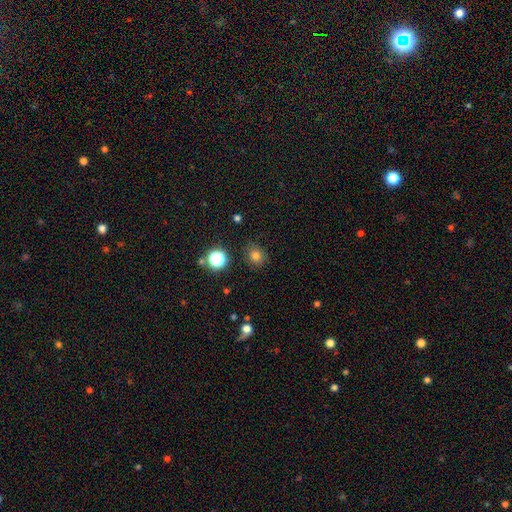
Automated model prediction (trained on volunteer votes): smooth_or_featured: smooth (p=0.77) [alt: star or artifact p=0.17]
how_rounded: round (p=0.79) [alt: in between p=0.20]
merging: none (p=0.86) [alt: minor disturbance p=0.10]